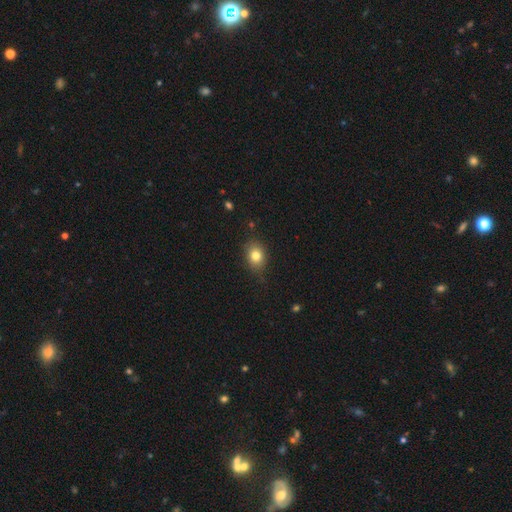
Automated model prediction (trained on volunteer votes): smooth 80%, star or artifact 11%, featured or disk 10%. Down the decision tree: how rounded — in between (59%); merging — none (80%).